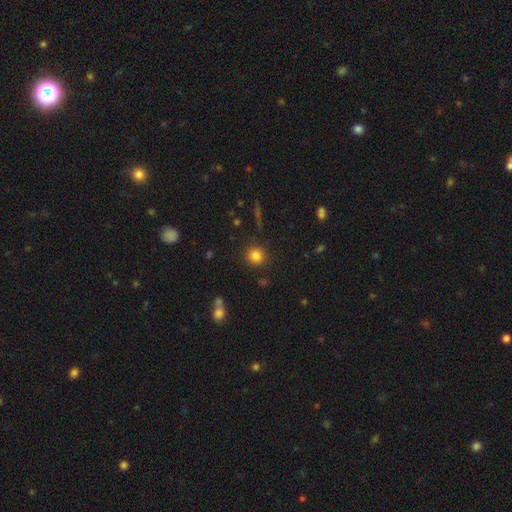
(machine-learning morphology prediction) This appears to be a smooth galaxy with no disk features (83%) that is round (89%). Merging: none (88%).